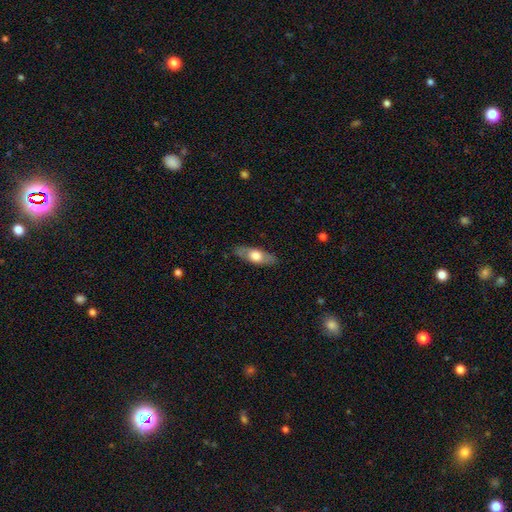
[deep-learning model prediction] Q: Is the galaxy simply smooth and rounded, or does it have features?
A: smooth — 53%.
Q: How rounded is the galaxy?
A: in between — 68%.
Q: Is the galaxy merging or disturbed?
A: none — 83%.